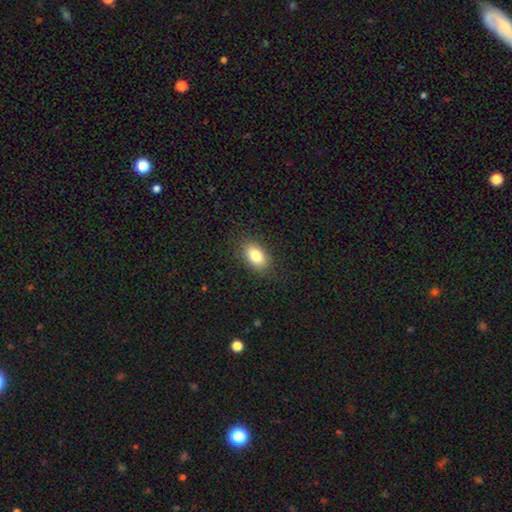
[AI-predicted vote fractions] smooth 82%, featured or disk 10%, star or artifact 8%. Down the decision tree: how rounded — in between (89%); merging — none (85%).